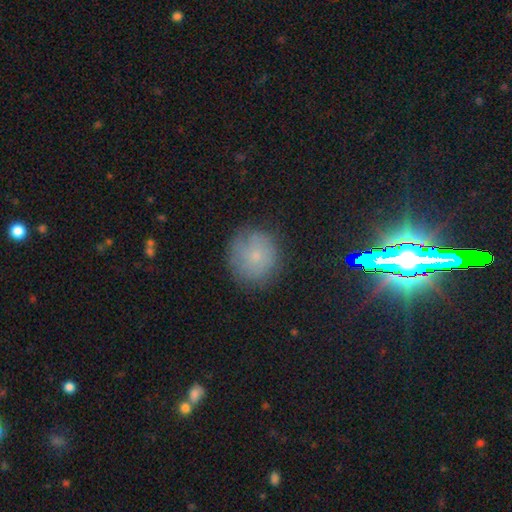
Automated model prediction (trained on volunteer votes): smooth-or-featured: smooth: 64% | featured or disk: 20% | star or artifact: 17%
  how-rounded: round: 89% | in between: 10% | cigar-shaped: 1%
  merging: none: 76% | minor disturbance: 17% | major disturbance: 6% | merger: 2%